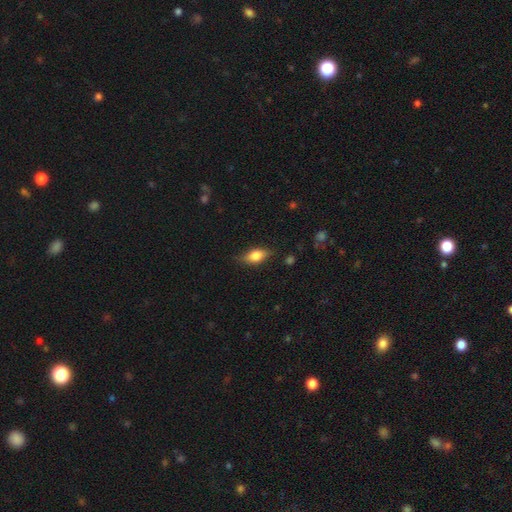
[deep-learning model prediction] A smooth galaxy with no disk features (68%) that is in between round and cigar-shaped (81%).

Vote fractions:
- Smooth or featured? smooth: 68% / featured or disk: 24% / star or artifact: 8%
- How rounded? in between: 81% / cigar-shaped: 11% / round: 8%
- Merging? none: 77% / minor disturbance: 18% / major disturbance: 4% / merger: 1%